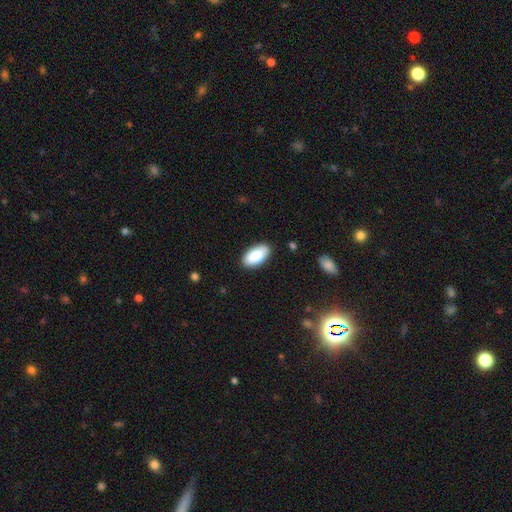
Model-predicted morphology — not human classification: This is clearly a smooth galaxy (86%). How rounded: clearly in between (94%). Merging: clearly none (87%).